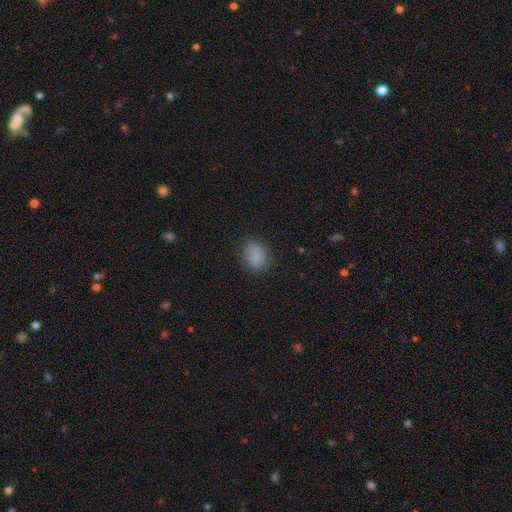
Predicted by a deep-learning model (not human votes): Smooth or featured?
  - smooth: 84% *
  - star or artifact: 11%
  - featured or disk: 5%
How rounded?
  - in between: 74% *
  - round: 25%
  - cigar-shaped: 2%
Merging?
  - none: 78% *
  - minor disturbance: 16%
  - major disturbance: 5%
  - merger: 1%